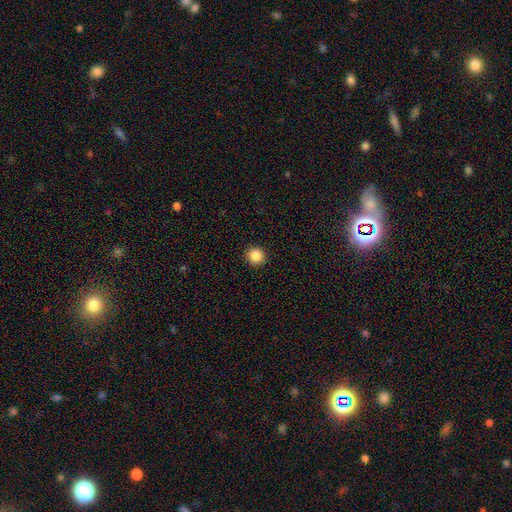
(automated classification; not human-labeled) This appears to be a smooth galaxy with no disk features (87%) that is round (94%). Merging: none (93%).